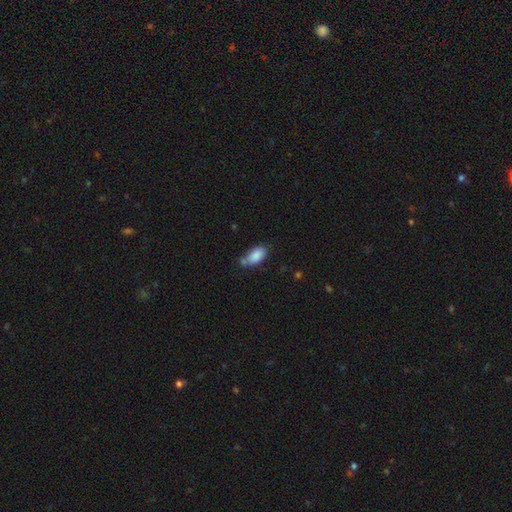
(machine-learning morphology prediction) Overall: smooth (86%). How rounded: in between (92%). Merging: none (52%; minor disturbance 24%).